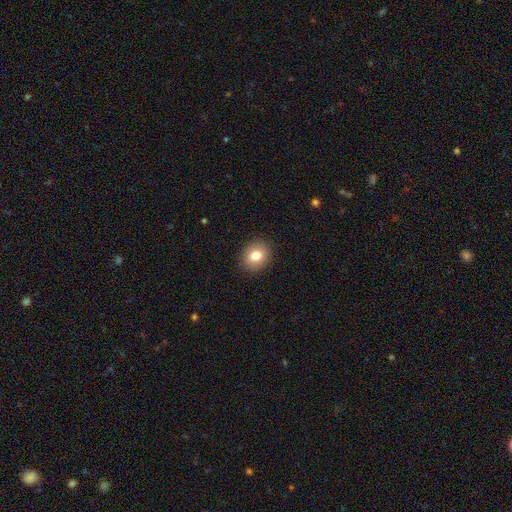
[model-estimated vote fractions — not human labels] Smooth or featured? Predicted: smooth (p=0.80). How rounded? Predicted: round (p=0.60). Merging? Predicted: none (p=0.90).